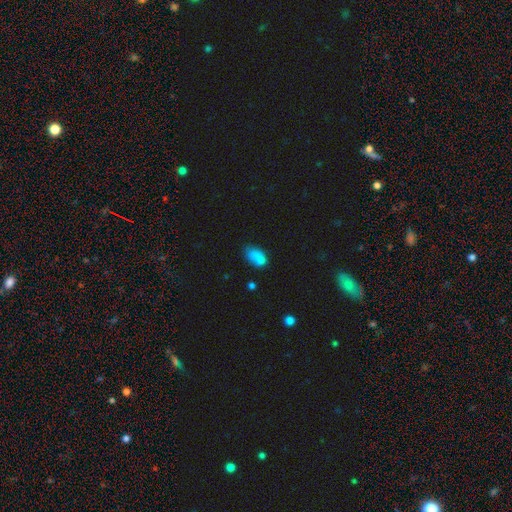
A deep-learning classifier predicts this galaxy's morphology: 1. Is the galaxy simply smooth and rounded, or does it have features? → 69% smooth, 19% featured or disk, 12% star or artifact.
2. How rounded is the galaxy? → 83% in between, 14% round, 2% cigar-shaped.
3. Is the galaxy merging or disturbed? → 41% none, 27% merger, 21% minor disturbance, 11% major disturbance.